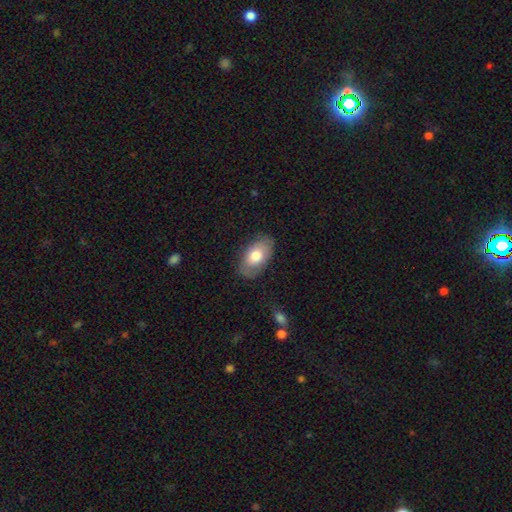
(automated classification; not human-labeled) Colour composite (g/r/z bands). It shows a smooth galaxy with no disk features (71%) that is in between round and cigar-shaped (94%). Merging: none (79%).